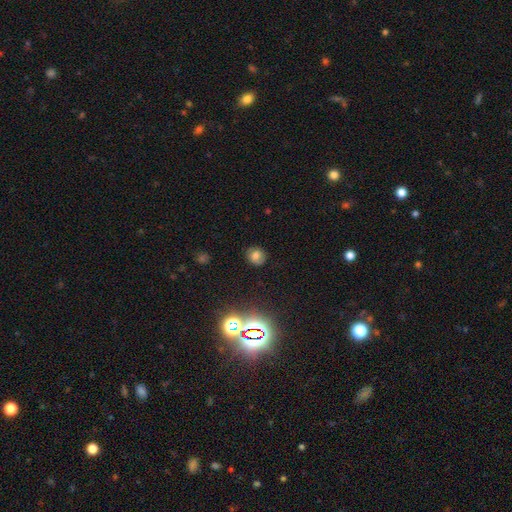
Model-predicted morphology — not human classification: smooth 67%, star or artifact 20%, featured or disk 13%. Down the decision tree: how rounded — round (77%); merging — none (82%).